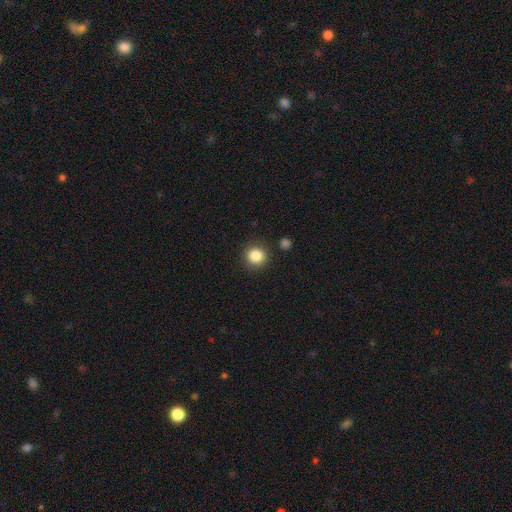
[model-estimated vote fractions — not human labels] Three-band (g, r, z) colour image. It shows a smooth galaxy with no disk features (85%) that is round (92%). Merging: none (88%).